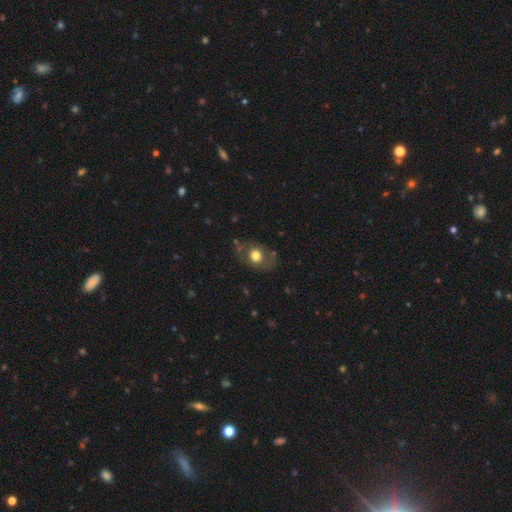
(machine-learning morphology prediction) Smooth or featured? Predicted: smooth (p=0.64). How rounded? Predicted: in between (p=0.51). Merging? Predicted: none (p=0.69).